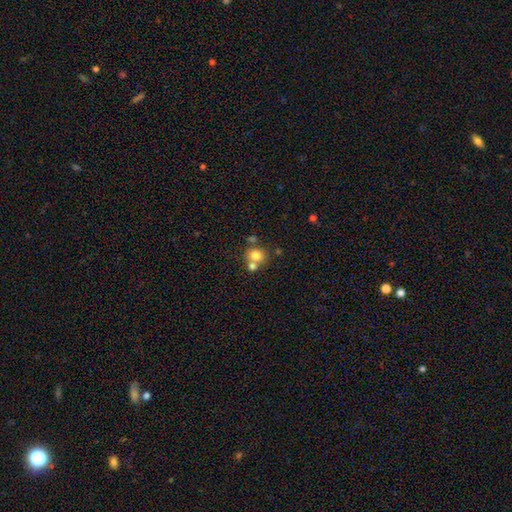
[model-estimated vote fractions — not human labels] smooth_or_featured: smooth (p=0.76) [alt: featured or disk p=0.12]
how_rounded: round (p=0.81) [alt: in between p=0.18]
merging: none (p=0.48) [alt: merger p=0.41]